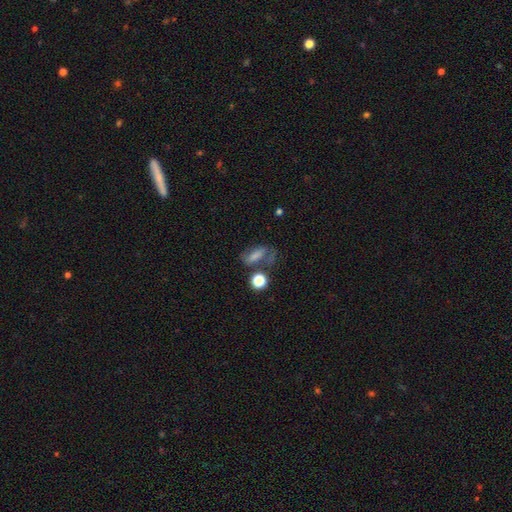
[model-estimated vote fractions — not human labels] Q: Smooth or featured?
A: smooth (50%); runner-up: featured or disk (29%)
Q: Merging?
A: none (46%); runner-up: minor disturbance (21%)